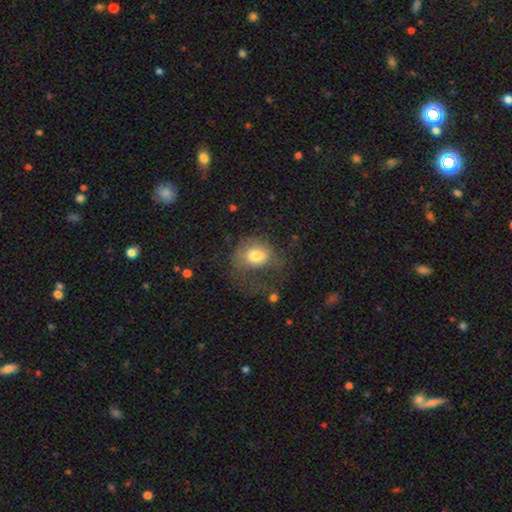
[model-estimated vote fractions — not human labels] Q: Smooth or featured?
A: smooth (66%); runner-up: featured or disk (25%)
Q: How rounded?
A: round (57%); runner-up: in between (42%)
Q: Merging?
A: major disturbance (44%); runner-up: none (30%)